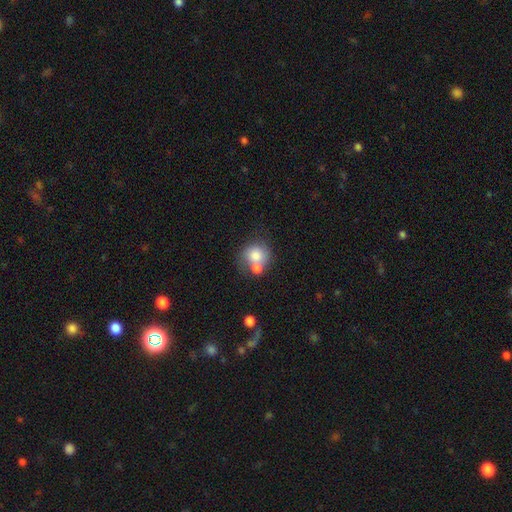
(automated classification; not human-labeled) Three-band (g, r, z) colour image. It shows a smooth galaxy with no disk features (77%) that is round (79%). Merging: merger (45%).